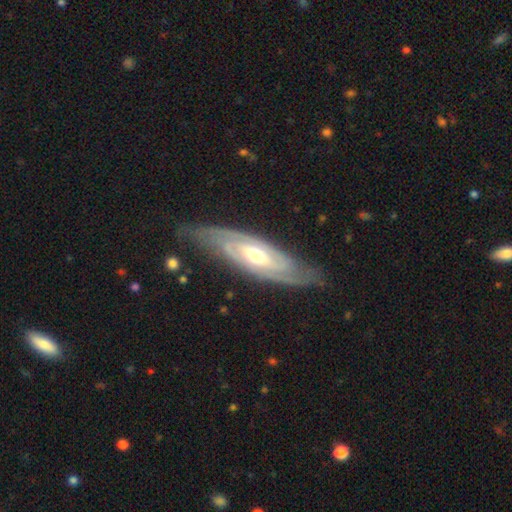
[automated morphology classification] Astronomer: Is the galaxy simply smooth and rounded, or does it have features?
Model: featured or disk — 85%.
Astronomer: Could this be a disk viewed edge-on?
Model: no — 81%.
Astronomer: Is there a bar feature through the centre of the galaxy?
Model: no — 56%.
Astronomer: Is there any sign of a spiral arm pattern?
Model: yes — 92%.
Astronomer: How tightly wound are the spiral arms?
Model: tight — 66%.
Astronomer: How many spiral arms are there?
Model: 2 — 52% (runner-up: can't tell, 30%).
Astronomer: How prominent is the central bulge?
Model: moderate — 70%.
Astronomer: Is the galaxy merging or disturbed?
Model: none — 75%.